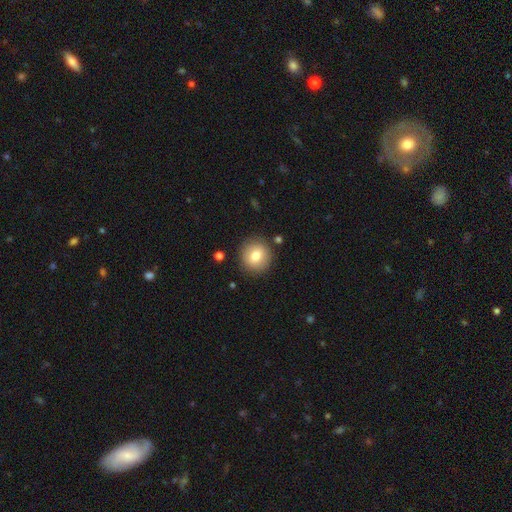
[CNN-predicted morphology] Smooth or featured? Predicted: smooth (p=0.79). How rounded? Predicted: round (p=0.91). Merging? Predicted: none (p=0.87).